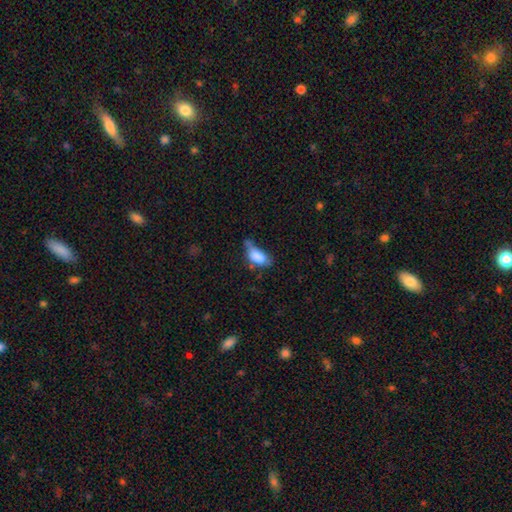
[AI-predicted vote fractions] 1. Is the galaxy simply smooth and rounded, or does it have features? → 80% smooth, 11% featured or disk, 9% star or artifact.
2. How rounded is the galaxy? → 88% in between, 7% cigar-shaped, 4% round.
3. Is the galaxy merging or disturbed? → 35% minor disturbance, 29% none, 20% major disturbance, 17% merger.